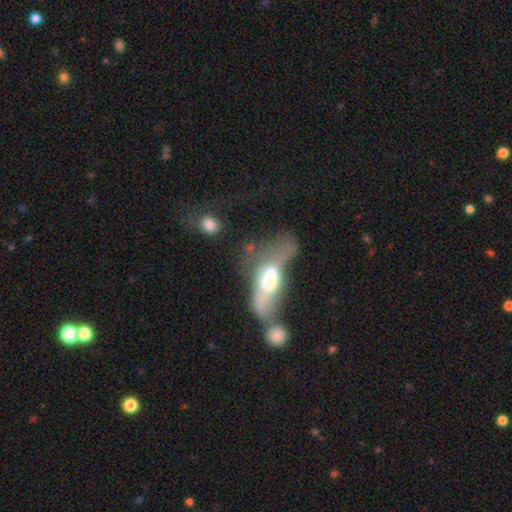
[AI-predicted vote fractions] smooth_or_featured: featured or disk (p=0.53) [alt: smooth p=0.34]
disk_edge_on: no (p=0.73) [alt: yes p=0.27]
merging: merger (p=0.44) [alt: major disturbance p=0.30]